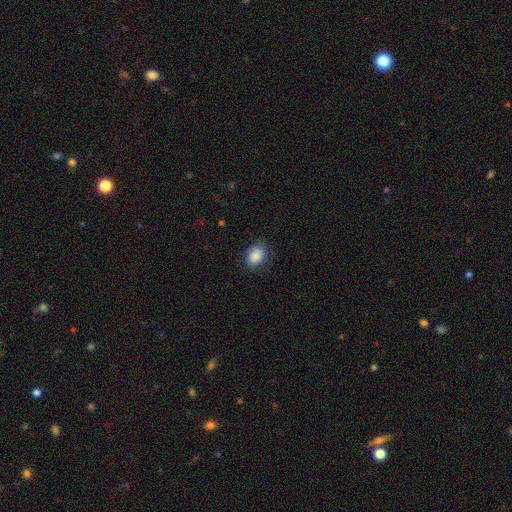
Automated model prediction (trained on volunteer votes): Smooth or featured: smooth — 88% (star or artifact — 7%)
How rounded: in between — 70% (round — 29%)
Merging: none — 79% (minor disturbance — 17%)